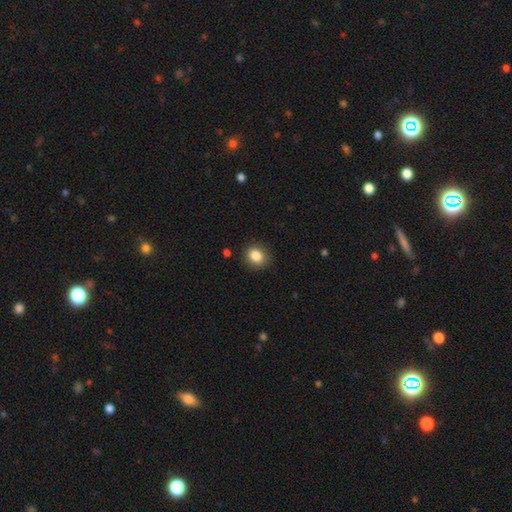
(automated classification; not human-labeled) This appears to be a smooth galaxy with no disk features (85%) that is round (70%). Merging: none (88%).